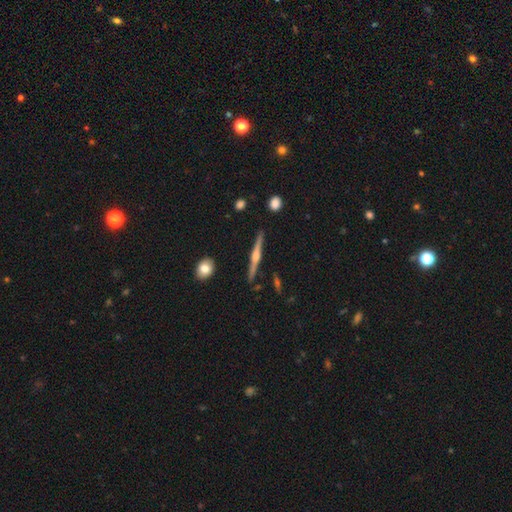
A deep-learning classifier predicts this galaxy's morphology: featured or disk 76%, smooth 19%, star or artifact 6%. Down the decision tree: edge-on disk — yes (98%); edge-on bulge — rounded (82%); merging — none (90%).